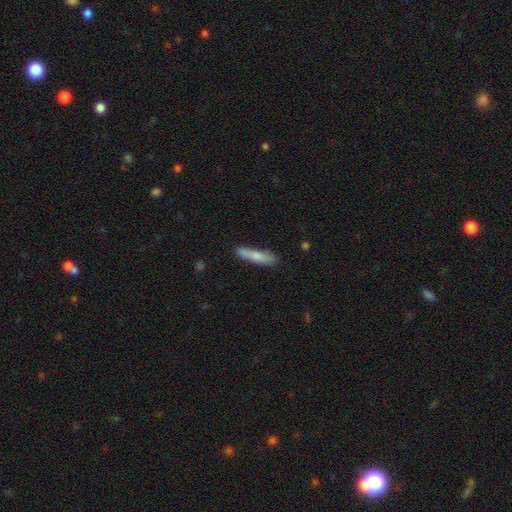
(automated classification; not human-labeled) A smooth galaxy with no disk features (72%) that is cigar-shaped (86%).

Vote fractions:
- Smooth or featured? smooth: 72% / featured or disk: 22% / star or artifact: 6%
- How rounded? cigar-shaped: 86% / in between: 12% / round: 2%
- Merging? none: 83% / minor disturbance: 13% / merger: 2% / major disturbance: 2%